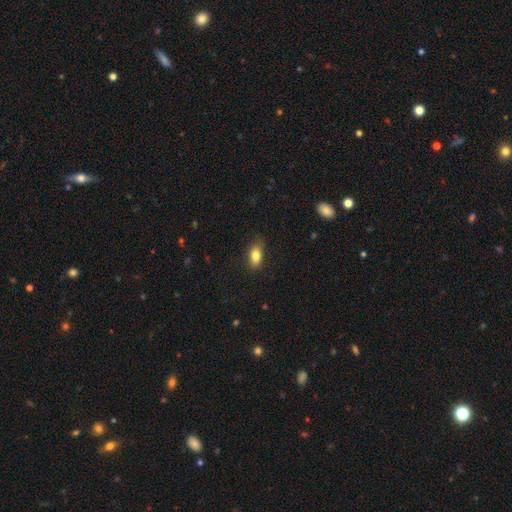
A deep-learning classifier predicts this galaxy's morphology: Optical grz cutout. It shows a smooth galaxy with no disk features (83%) that is in between round and cigar-shaped (86%). Merging: none (80%).